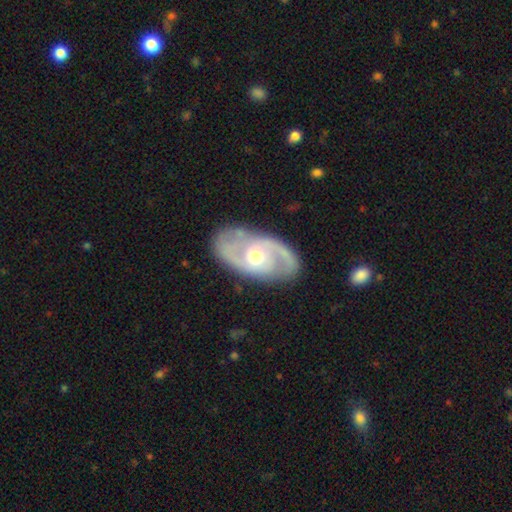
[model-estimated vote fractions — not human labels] featured or disk 82%, smooth 13%, star or artifact 5%. Down the decision tree: edge-on disk — no (94%); bar — no (61%); spiral arms — yes (90%); spiral arm count — 2 (80%); spiral winding — medium (47%); bulge size — moderate (67%); merging — none (81%).